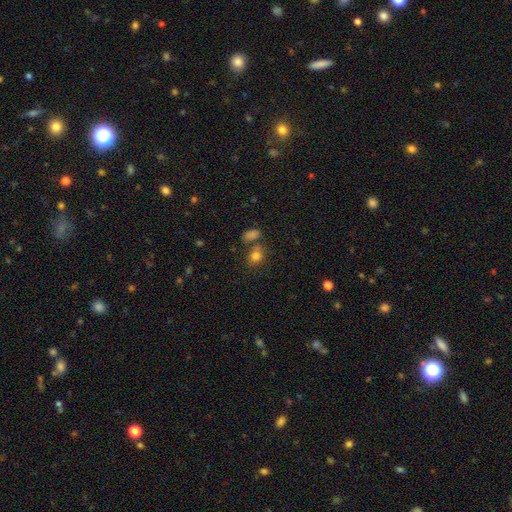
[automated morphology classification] The model was most divided on "how rounded": round: 55%, in between: 44%, cigar-shaped: 1%. More confident: smooth or featured — smooth (80%); merging — none (62%).